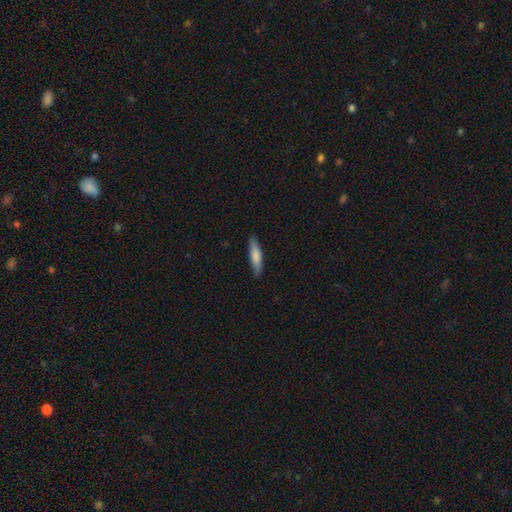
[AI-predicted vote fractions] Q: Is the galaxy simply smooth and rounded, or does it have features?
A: smooth — 78%.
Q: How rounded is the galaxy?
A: cigar-shaped — 77%.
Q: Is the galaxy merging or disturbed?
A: none — 85%.